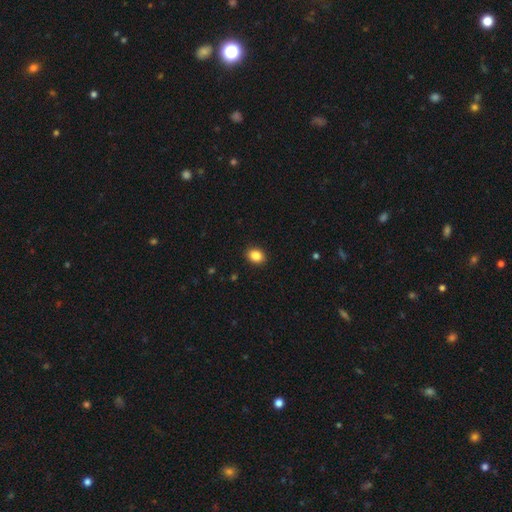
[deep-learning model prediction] Smooth or featured? smooth (87%)
How rounded? in between (57%)
Merging? none (91%)